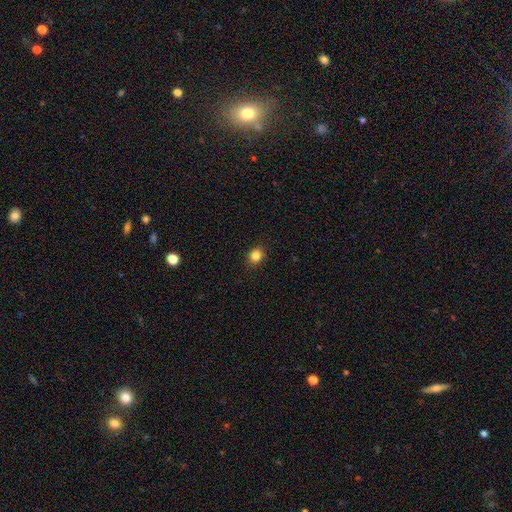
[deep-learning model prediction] Overall: smooth (84%). How rounded: round (71%). Merging: none (90%).